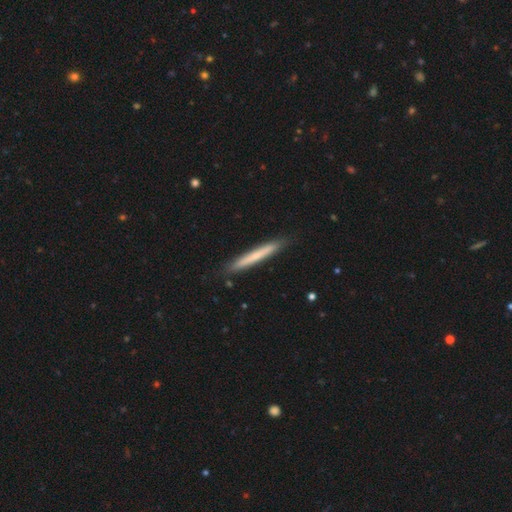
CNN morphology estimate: smooth_or_featured: smooth (p=0.61) [alt: featured or disk p=0.33]
how_rounded: cigar-shaped (p=0.97) [alt: in between p=0.02]
merging: none (p=0.88) [alt: minor disturbance p=0.09]